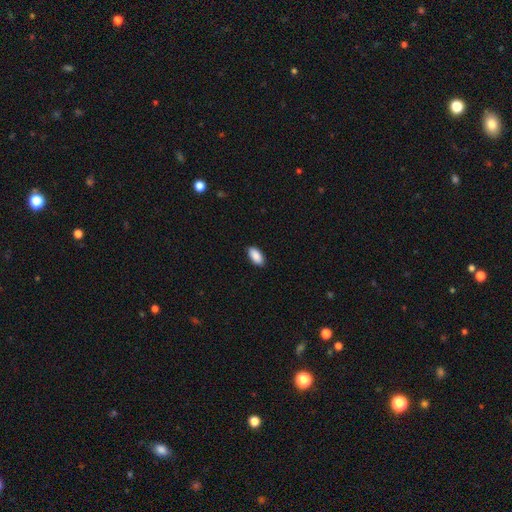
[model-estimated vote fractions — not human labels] Smooth or featured?
  - smooth: 91% *
  - star or artifact: 6%
  - featured or disk: 3%
How rounded?
  - in between: 93% *
  - cigar-shaped: 5%
  - round: 2%
Merging?
  - none: 89% *
  - minor disturbance: 8%
  - major disturbance: 2%
  - merger: 1%